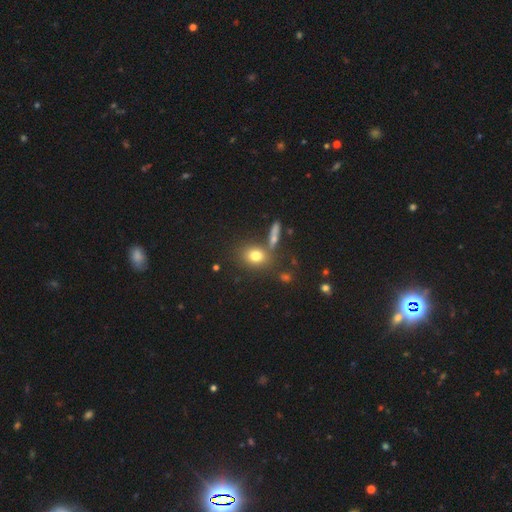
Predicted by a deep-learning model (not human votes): Smooth or featured? smooth (77%)
How rounded? in between (49%)
Merging? none (68%)